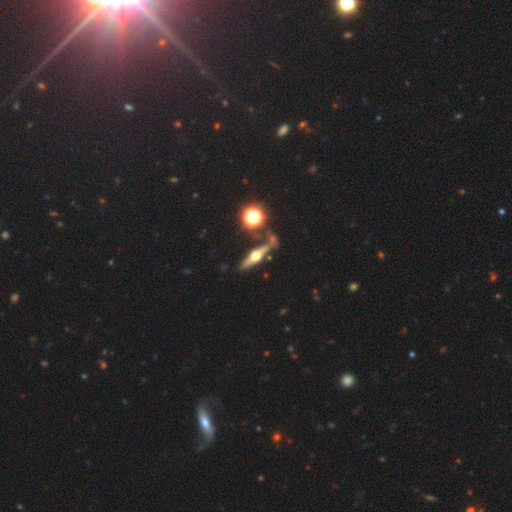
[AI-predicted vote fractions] A featured or disk galaxy (74%) viewed edge-on (94%) with a rounded central bulge (96%). Merging: none (75%).